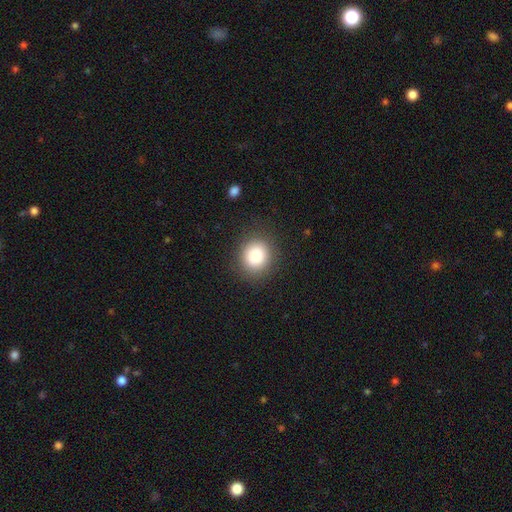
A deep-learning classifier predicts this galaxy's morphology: smooth 85%, star or artifact 10%, featured or disk 6%. Down the decision tree: how rounded — round (82%); merging — none (87%).